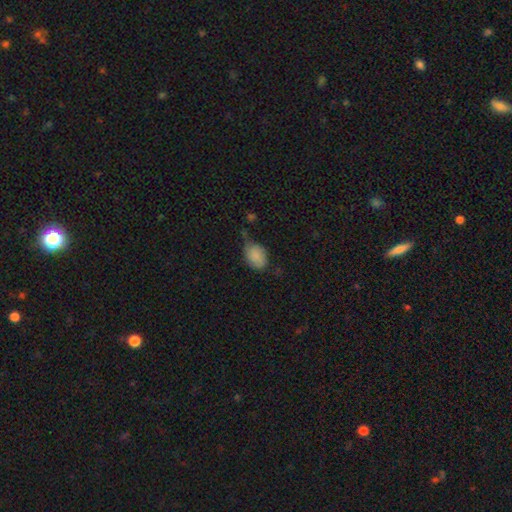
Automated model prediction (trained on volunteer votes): This is clearly a smooth galaxy (84%). How rounded: likely in between (75%). Merging: marginally none (41%).